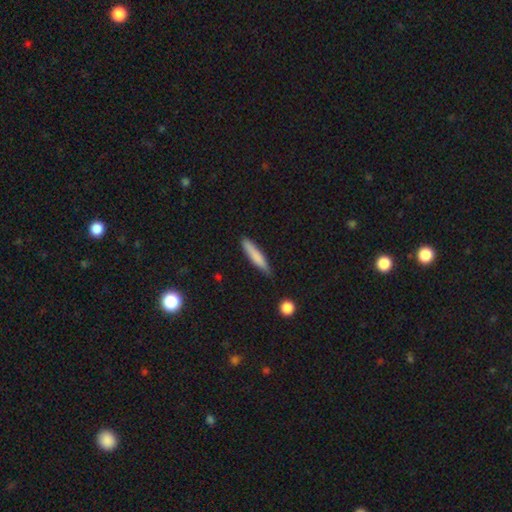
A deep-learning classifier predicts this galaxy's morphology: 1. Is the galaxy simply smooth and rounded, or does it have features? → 79% smooth, 15% featured or disk, 6% star or artifact.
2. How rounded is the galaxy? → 89% cigar-shaped, 9% in between, 1% round.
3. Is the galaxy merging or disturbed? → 79% none, 17% minor disturbance, 3% major disturbance, 2% merger.